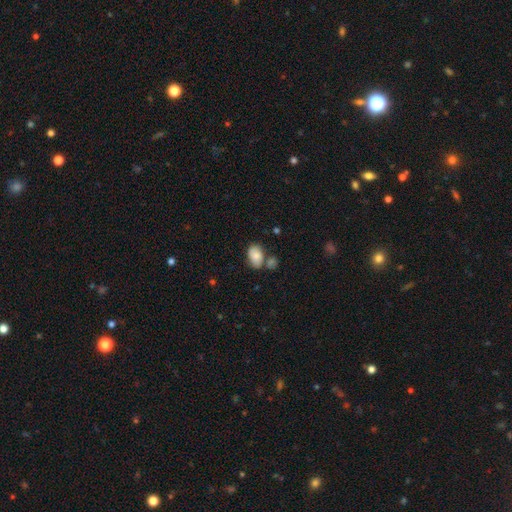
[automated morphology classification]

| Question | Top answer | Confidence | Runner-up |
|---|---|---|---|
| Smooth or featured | smooth | 77% | featured or disk (15%) |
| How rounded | in between | 85% | round (14%) |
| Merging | none | 49% | merger (23%) |